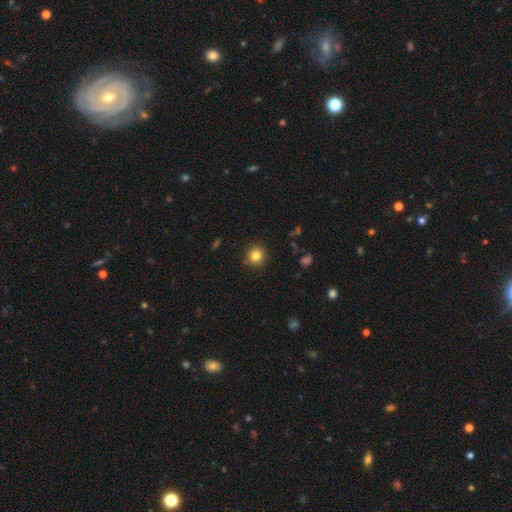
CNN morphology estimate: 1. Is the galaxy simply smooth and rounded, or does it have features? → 82% smooth, 12% star or artifact, 6% featured or disk.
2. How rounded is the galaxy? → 92% round, 7% in between, 1% cigar-shaped.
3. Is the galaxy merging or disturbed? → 89% none, 7% minor disturbance, 2% major disturbance, 1% merger.